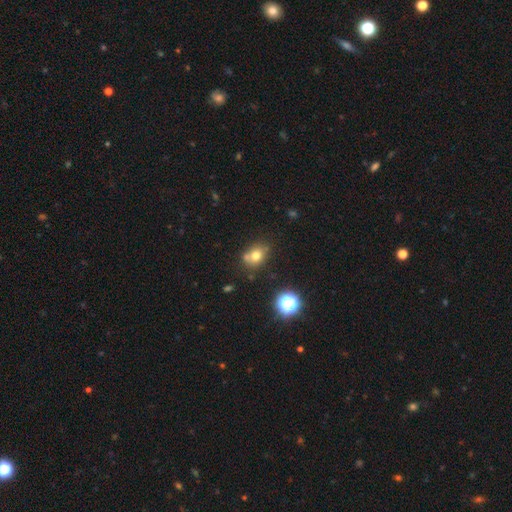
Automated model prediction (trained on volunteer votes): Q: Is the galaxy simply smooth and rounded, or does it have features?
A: smooth — 72%.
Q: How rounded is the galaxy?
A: round — 52%.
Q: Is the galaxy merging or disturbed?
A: none — 58%.